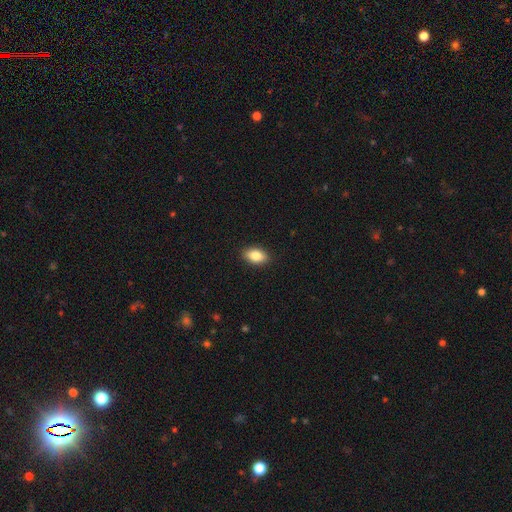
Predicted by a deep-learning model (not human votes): The model was most divided on "smooth or featured": smooth: 85%, featured or disk: 8%, star or artifact: 8%. More confident: how rounded — in between (90%); merging — none (90%).